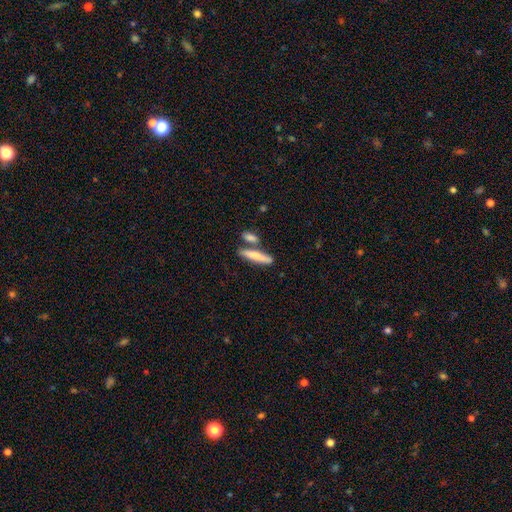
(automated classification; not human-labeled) A smooth galaxy with no disk features (72%) that is cigar-shaped (84%).

Vote fractions:
- Smooth or featured? smooth: 72% / featured or disk: 22% / star or artifact: 6%
- How rounded? cigar-shaped: 84% / in between: 14% / round: 2%
- Merging? none: 66% / merger: 20% / minor disturbance: 11% / major disturbance: 3%